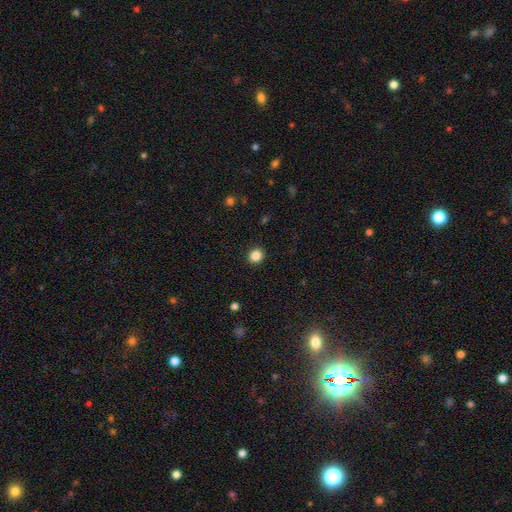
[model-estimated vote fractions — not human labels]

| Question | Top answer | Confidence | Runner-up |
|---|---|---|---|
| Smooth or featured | smooth | 85% | star or artifact (11%) |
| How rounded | round | 85% | in between (14%) |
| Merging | none | 92% | minor disturbance (5%) |